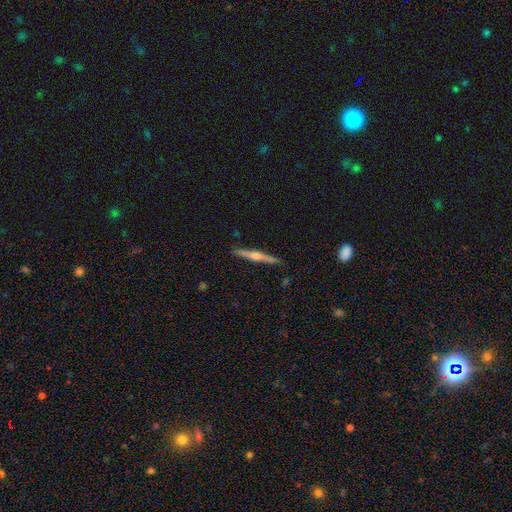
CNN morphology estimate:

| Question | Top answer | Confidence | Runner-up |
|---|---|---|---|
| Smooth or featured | featured or disk | 78% | smooth (17%) |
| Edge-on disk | yes | 98% | no (2%) |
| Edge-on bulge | rounded | 88% | none (6%) |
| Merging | none | 91% | minor disturbance (7%) |